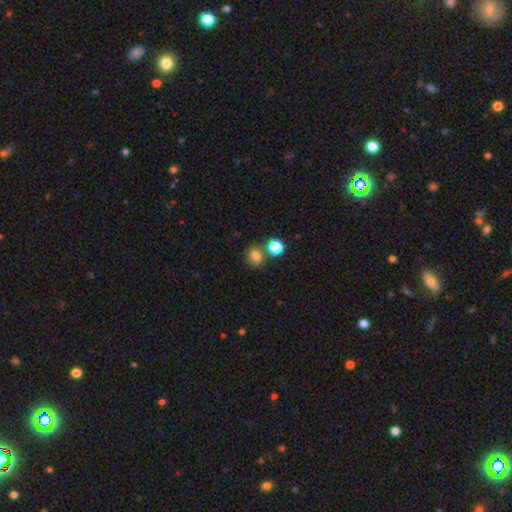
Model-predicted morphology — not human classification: smooth 79%, star or artifact 14%, featured or disk 7%. Down the decision tree: how rounded — round (60%); merging — none (67%).